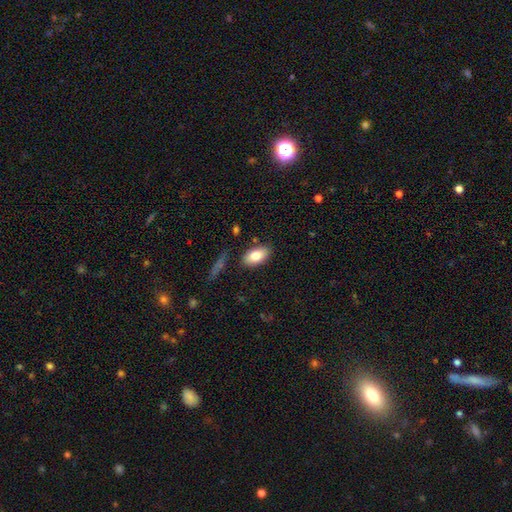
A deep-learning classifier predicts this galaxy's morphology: Smooth or featured? smooth (81%)
How rounded? in between (93%)
Merging? none (83%)